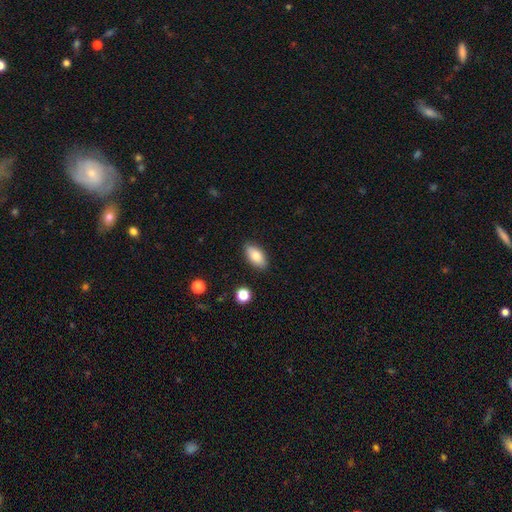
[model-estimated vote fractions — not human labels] A smooth galaxy with no disk features (82%) that is in between round and cigar-shaped (91%).

Vote fractions:
- Smooth or featured? smooth: 82% / featured or disk: 11% / star or artifact: 7%
- How rounded? in between: 91% / cigar-shaped: 6% / round: 3%
- Merging? none: 87% / minor disturbance: 9% / major disturbance: 2% / merger: 1%